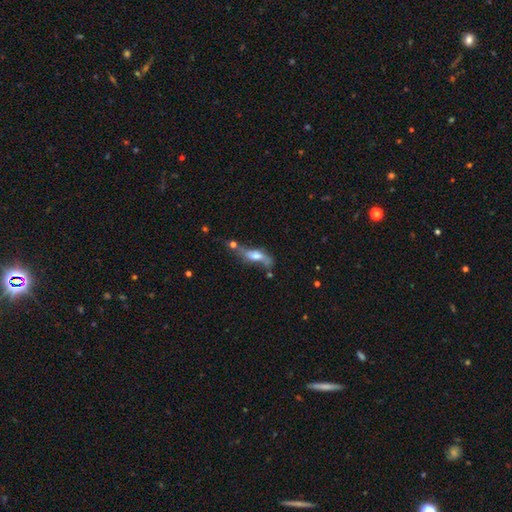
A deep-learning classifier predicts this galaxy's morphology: This appears to be a featured or disk galaxy (50%). Merging: none (39%).